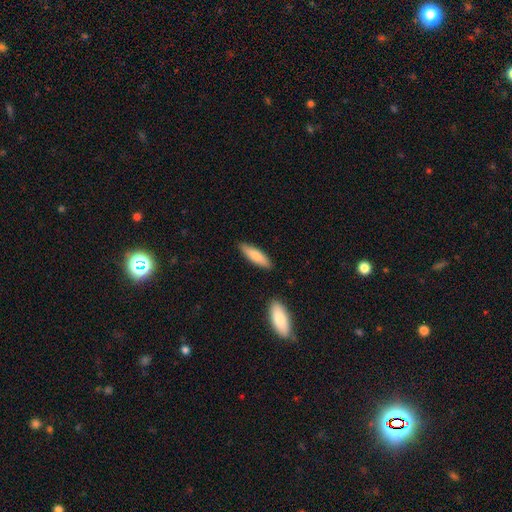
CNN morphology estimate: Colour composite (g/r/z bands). It shows a smooth galaxy with no disk features (78%) that is cigar-shaped (59%). Merging: none (85%).